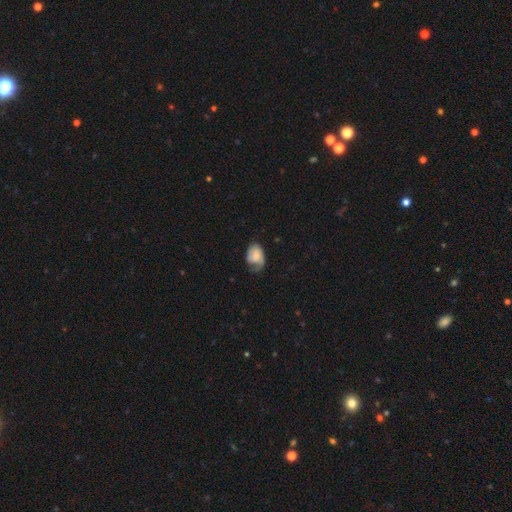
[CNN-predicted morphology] Smooth or featured?
  - smooth: 60% *
  - featured or disk: 32%
  - star or artifact: 8%
How rounded?
  - in between: 77% *
  - round: 22%
  - cigar-shaped: 1%
Merging?
  - none: 39% *
  - minor disturbance: 36%
  - major disturbance: 23%
  - merger: 2%